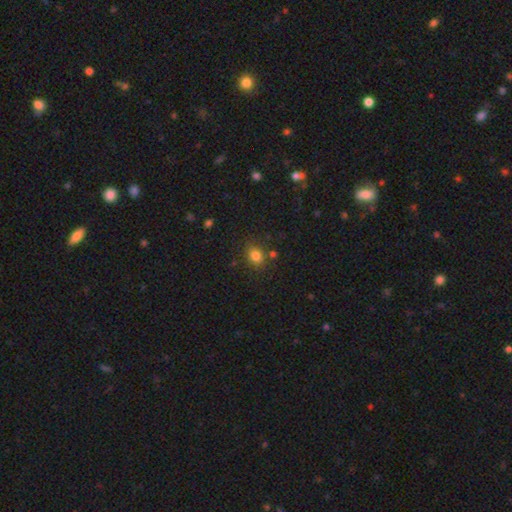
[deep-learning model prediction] Smooth or featured? Predicted: smooth (p=0.81). How rounded? Predicted: in between (p=0.52). Merging? Predicted: none (p=0.78).